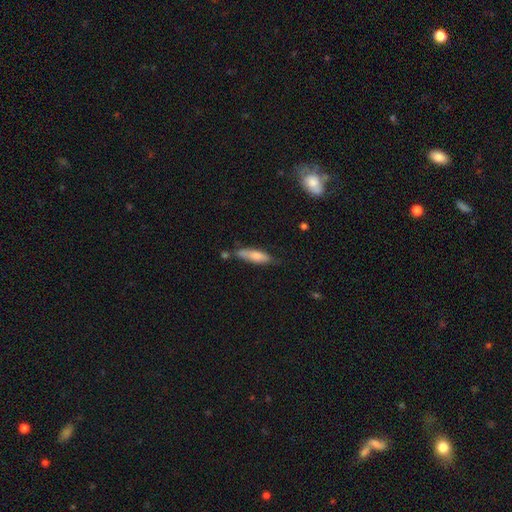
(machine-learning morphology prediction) Smooth or featured?
  - smooth: 72% *
  - featured or disk: 22%
  - star or artifact: 6%
How rounded?
  - cigar-shaped: 63% *
  - in between: 35%
  - round: 2%
Merging?
  - none: 60% *
  - minor disturbance: 26%
  - merger: 9%
  - major disturbance: 6%